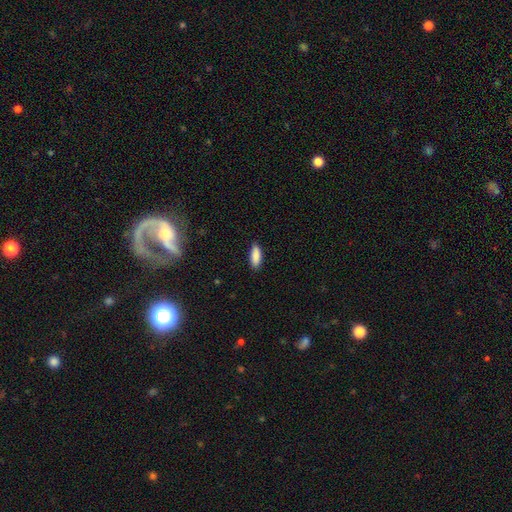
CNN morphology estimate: This appears to be a smooth galaxy with no disk features (89%) that is in between round and cigar-shaped (71%). Merging: none (88%).